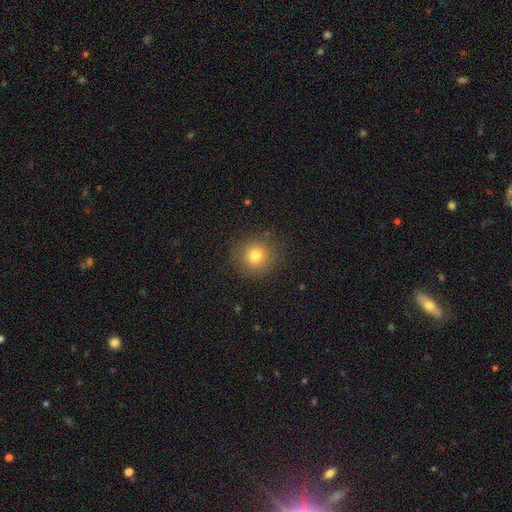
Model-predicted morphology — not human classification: smooth-or-featured: smooth: 78% | star or artifact: 13% | featured or disk: 9%
  how-rounded: round: 91% | in between: 8% | cigar-shaped: 1%
  merging: none: 87% | minor disturbance: 8% | major disturbance: 3% | merger: 1%